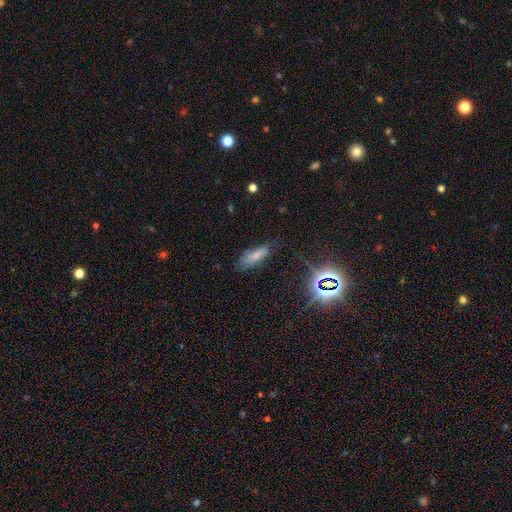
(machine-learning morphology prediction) This appears to be a smooth galaxy with no disk features (69%) that is in between round and cigar-shaped (64%). Merging: none (66%).